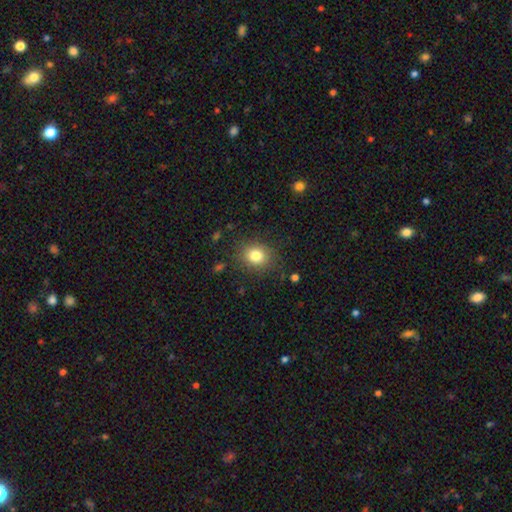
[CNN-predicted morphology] This is clearly a smooth galaxy (81%). How rounded: likely round (64%). Merging: clearly none (84%).